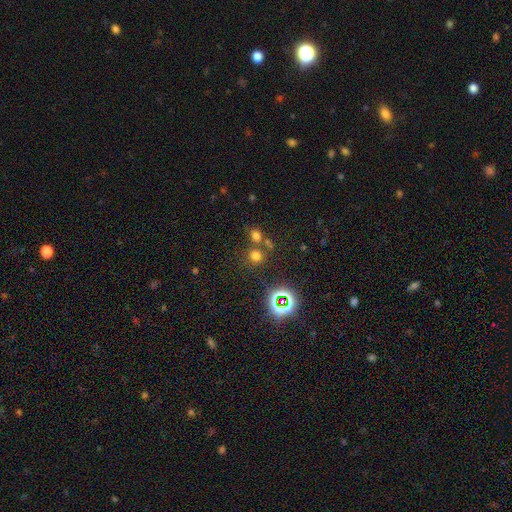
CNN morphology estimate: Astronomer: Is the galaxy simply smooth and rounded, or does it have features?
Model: smooth — 62%.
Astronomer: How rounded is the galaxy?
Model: round — 86%.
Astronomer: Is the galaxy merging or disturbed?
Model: none — 69%.